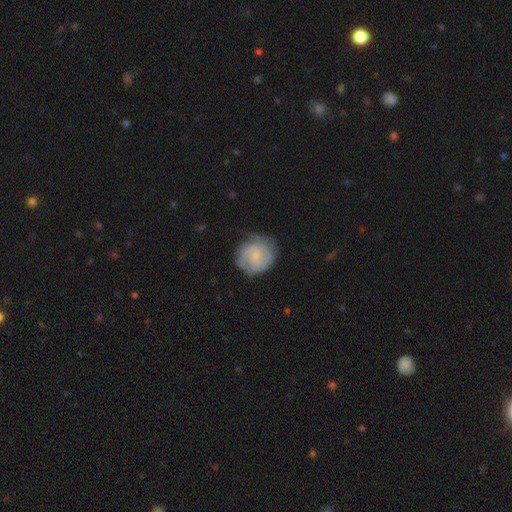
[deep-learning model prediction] Morphology: type=featured or disk (56%); edge-on=no (98%); bar=no (59%); spiral arms=yes (88%); bulge=small (55%); merging=none (69%).